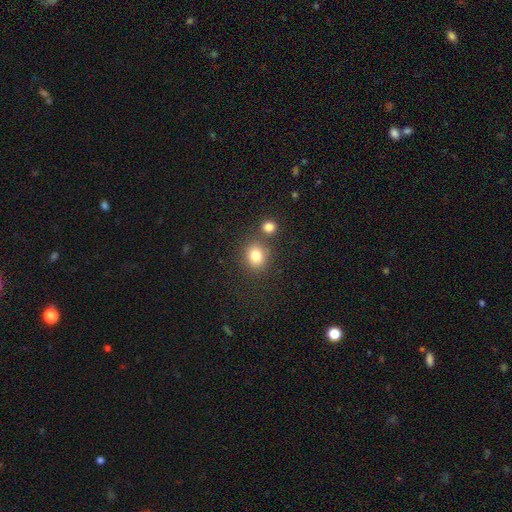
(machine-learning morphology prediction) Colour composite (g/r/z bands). It shows a smooth galaxy with no disk features (80%) that is round (75%). Merging: none (69%).